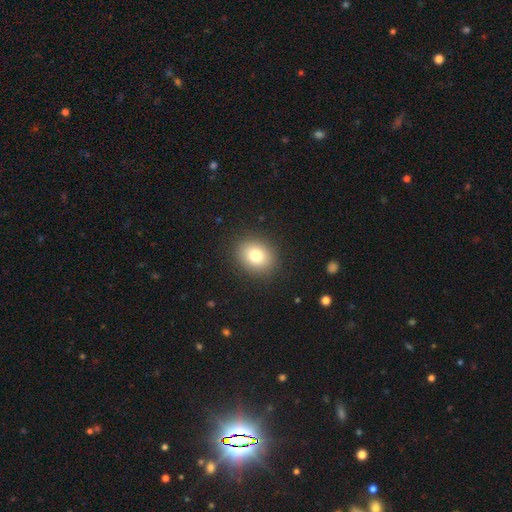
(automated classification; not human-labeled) smooth 80%, star or artifact 10%, featured or disk 9%. Down the decision tree: how rounded — round (60%); merging — none (89%).